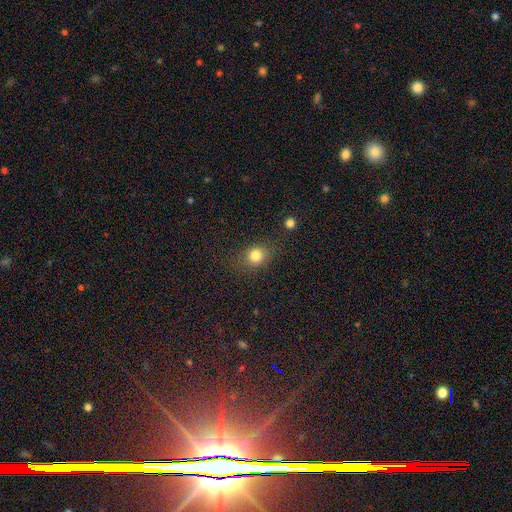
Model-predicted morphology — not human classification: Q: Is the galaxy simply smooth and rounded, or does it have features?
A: smooth — 80%.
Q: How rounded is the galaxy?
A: round — 68%.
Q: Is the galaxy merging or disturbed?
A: none — 76%.